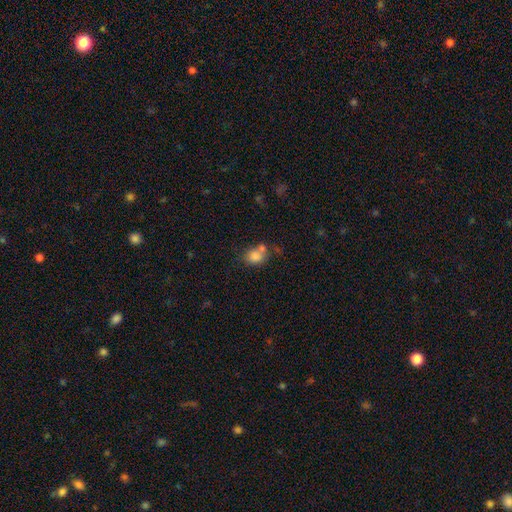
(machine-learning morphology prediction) Smooth or featured?
  - smooth: 81% *
  - star or artifact: 10%
  - featured or disk: 9%
How rounded?
  - round: 56% *
  - in between: 42%
  - cigar-shaped: 1%
Merging?
  - none: 44% *
  - merger: 37%
  - minor disturbance: 13%
  - major disturbance: 6%